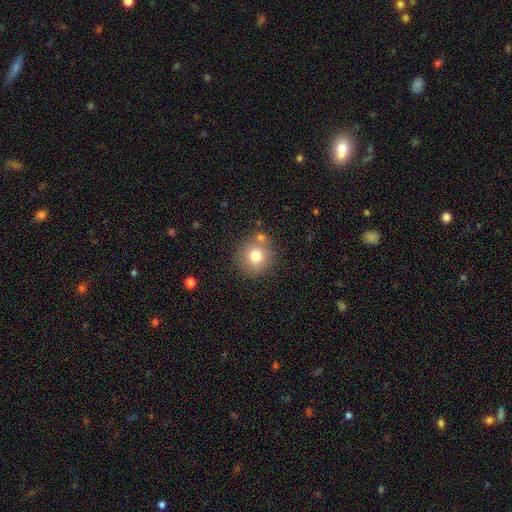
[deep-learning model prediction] smooth 76%, star or artifact 12%, featured or disk 12%. Down the decision tree: how rounded — round (91%); merging — none (76%).